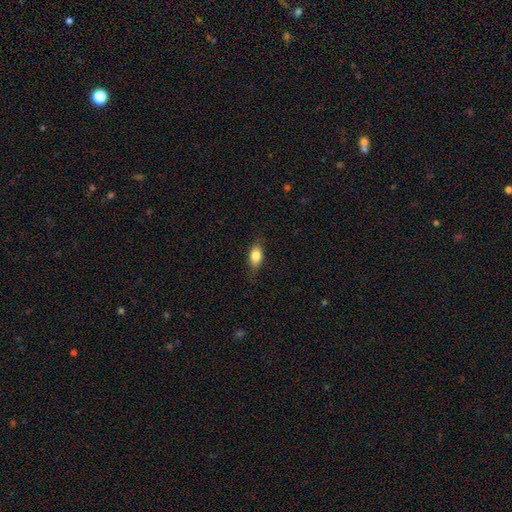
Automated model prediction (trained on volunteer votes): smooth 76%, featured or disk 17%, star or artifact 8%. Down the decision tree: how rounded — in between (79%); merging — none (73%).